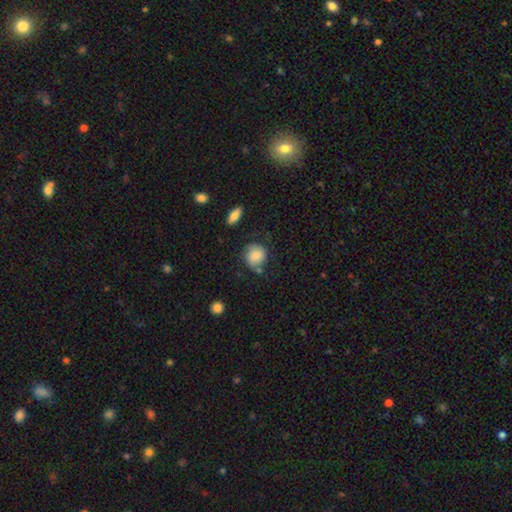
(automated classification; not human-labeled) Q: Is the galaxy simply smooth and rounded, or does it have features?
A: smooth — 81%.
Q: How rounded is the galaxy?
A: round — 80%.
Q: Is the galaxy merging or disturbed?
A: none — 65%.